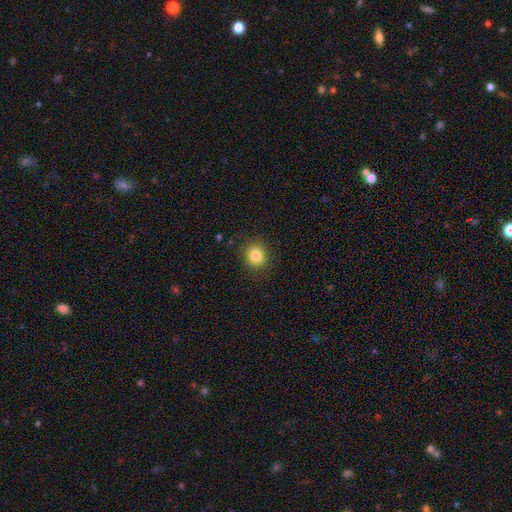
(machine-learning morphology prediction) A smooth galaxy with no disk features (83%) that is round (83%).

Vote fractions:
- Smooth or featured? smooth: 83% / star or artifact: 11% / featured or disk: 6%
- How rounded? round: 83% / in between: 16% / cigar-shaped: 1%
- Merging? none: 88% / minor disturbance: 8% / major disturbance: 3% / merger: 1%